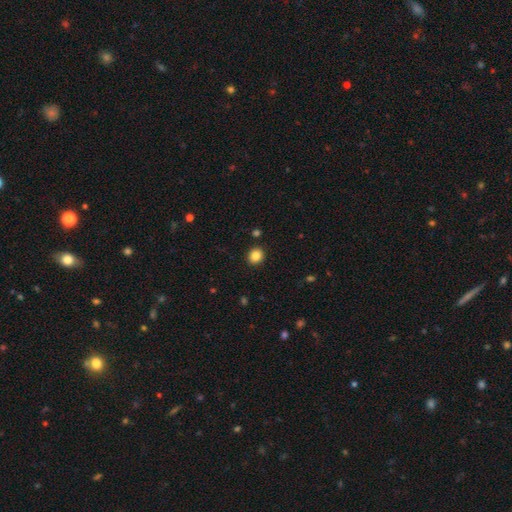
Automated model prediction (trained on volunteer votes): smooth 85%, star or artifact 10%, featured or disk 5%. Down the decision tree: how rounded — round (77%); merging — none (91%).